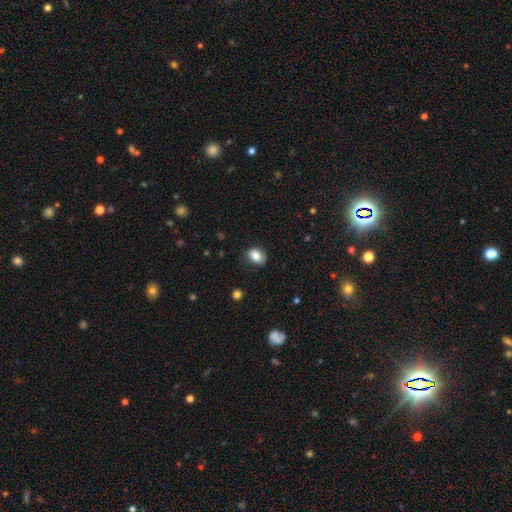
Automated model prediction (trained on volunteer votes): A smooth galaxy with no disk features (81%) that is in between round and cigar-shaped (65%).

Vote fractions:
- Smooth or featured? smooth: 81% / featured or disk: 10% / star or artifact: 9%
- How rounded? in between: 65% / round: 34% / cigar-shaped: 1%
- Merging? none: 77% / minor disturbance: 18% / major disturbance: 4% / merger: 1%